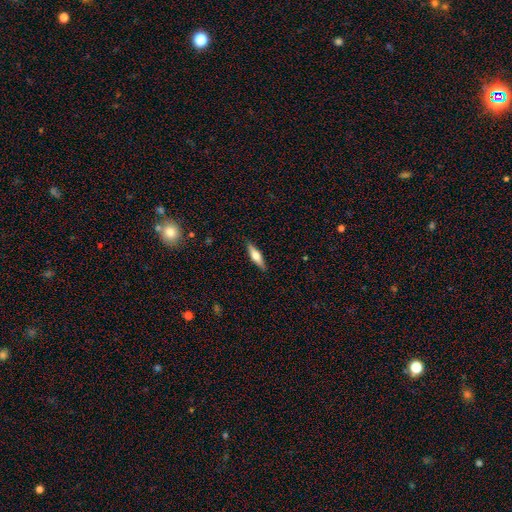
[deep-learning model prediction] Smooth or featured?
  - smooth: 50% *
  - featured or disk: 44%
  - star or artifact: 6%
Merging?
  - none: 89% *
  - minor disturbance: 8%
  - major disturbance: 2%
  - merger: 1%